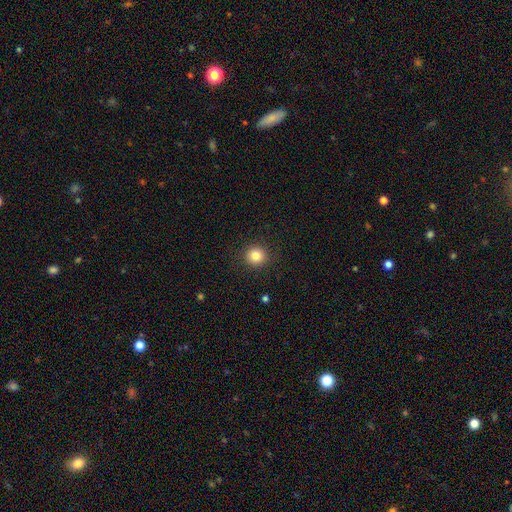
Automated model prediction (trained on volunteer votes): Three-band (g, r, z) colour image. It shows a smooth galaxy with no disk features (83%) that is round (90%). Merging: none (91%).